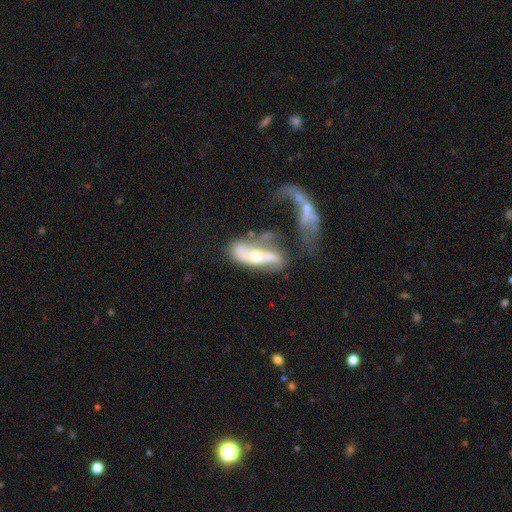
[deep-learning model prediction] This appears to be a featured or disk galaxy (64%) with no bar (65%), spiral arms (54%) and a moderate central bulge (61%). Merging: merger (41%).